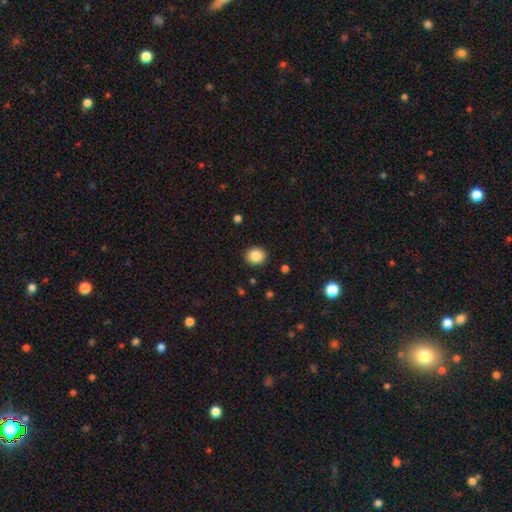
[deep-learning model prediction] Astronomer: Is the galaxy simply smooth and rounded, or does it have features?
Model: smooth — 86%.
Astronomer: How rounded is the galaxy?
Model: round — 79%.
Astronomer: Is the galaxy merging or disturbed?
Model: none — 91%.